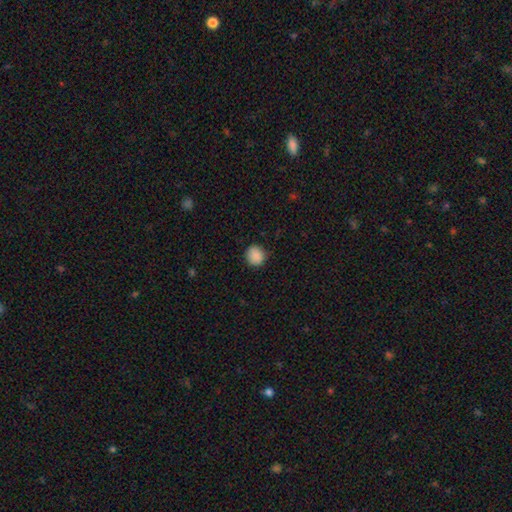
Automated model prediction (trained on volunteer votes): smooth_or_featured: smooth (p=0.88) [alt: star or artifact p=0.08]
how_rounded: round (p=0.88) [alt: in between p=0.11]
merging: none (p=0.88) [alt: minor disturbance p=0.09]